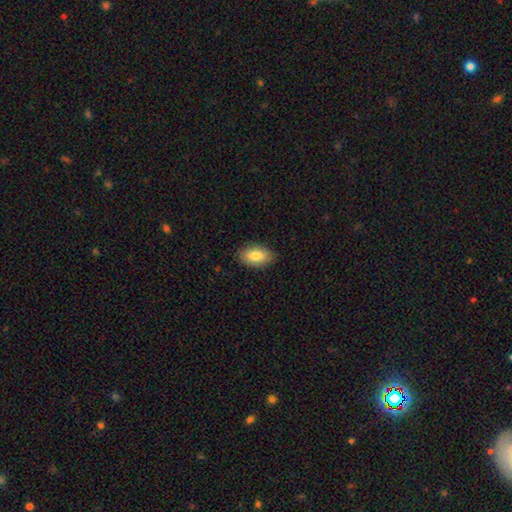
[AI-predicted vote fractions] A smooth galaxy with no disk features (83%) that is in between round and cigar-shaped (92%).

Vote fractions:
- Smooth or featured? smooth: 83% / featured or disk: 10% / star or artifact: 7%
- How rounded? in between: 92% / round: 5% / cigar-shaped: 3%
- Merging? none: 87% / minor disturbance: 10% / major disturbance: 2% / merger: 1%